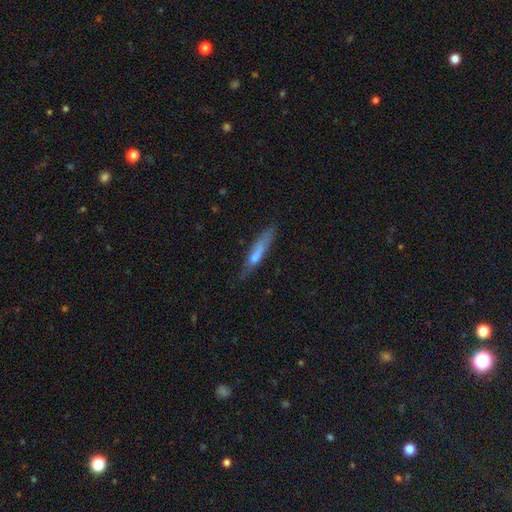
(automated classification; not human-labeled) A smooth galaxy with no disk features (53%) that is cigar-shaped (90%). Merging: none (73%).